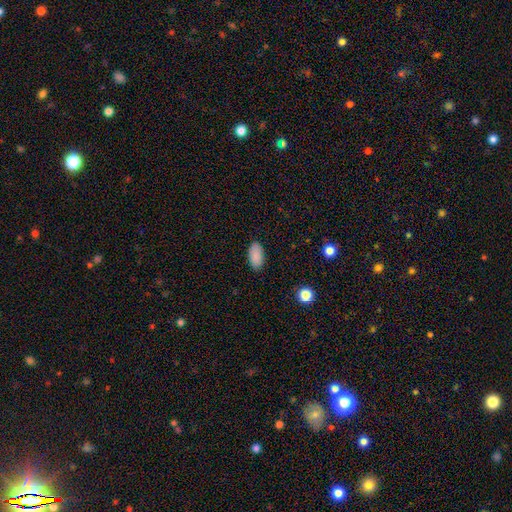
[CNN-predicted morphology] This appears to be a smooth galaxy with no disk features (88%) that is in between round and cigar-shaped (94%). Merging: none (88%).